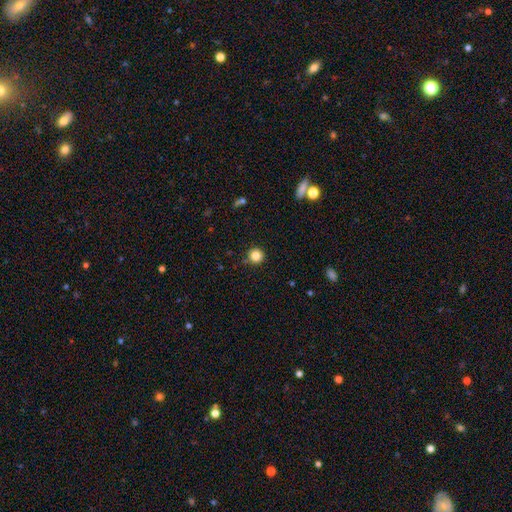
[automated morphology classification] smooth_or_featured: smooth (p=0.83) [alt: star or artifact p=0.12]
how_rounded: round (p=0.95) [alt: in between p=0.04]
merging: none (p=0.89) [alt: minor disturbance p=0.07]